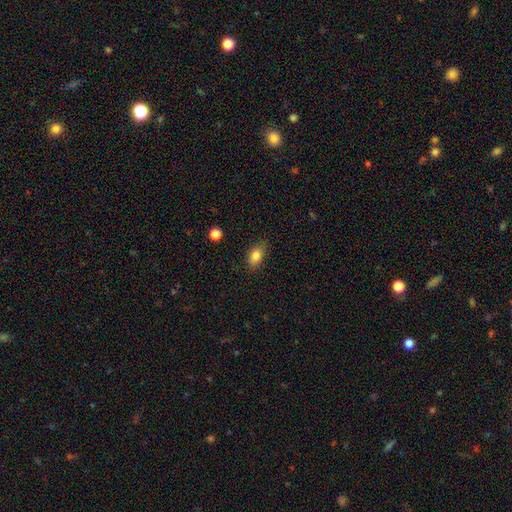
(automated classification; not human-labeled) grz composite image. It shows a smooth galaxy with no disk features (83%) that is in between round and cigar-shaped (85%). Merging: none (80%).